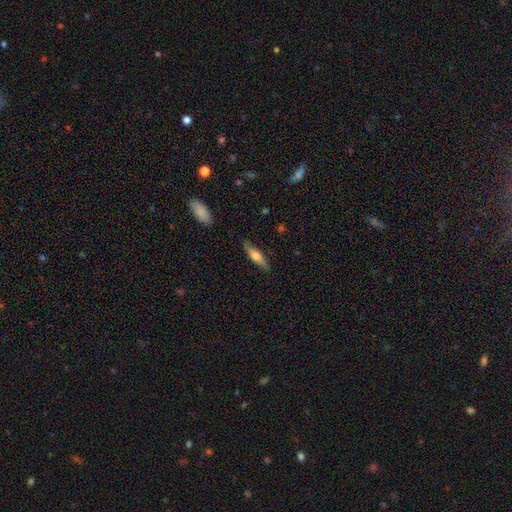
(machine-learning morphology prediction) smooth 54%, featured or disk 40%, star or artifact 6%. Down the decision tree: how rounded — cigar-shaped (68%); merging — none (84%).